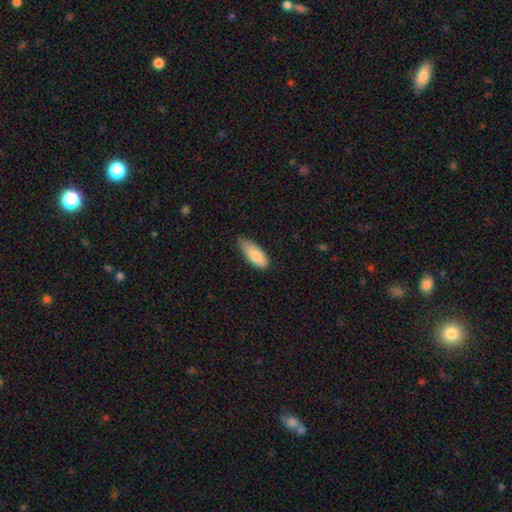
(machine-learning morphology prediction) Smooth or featured: smooth — 83% (featured or disk — 11%)
How rounded: in between — 82% (cigar-shaped — 16%)
Merging: none — 61% (minor disturbance — 34%)